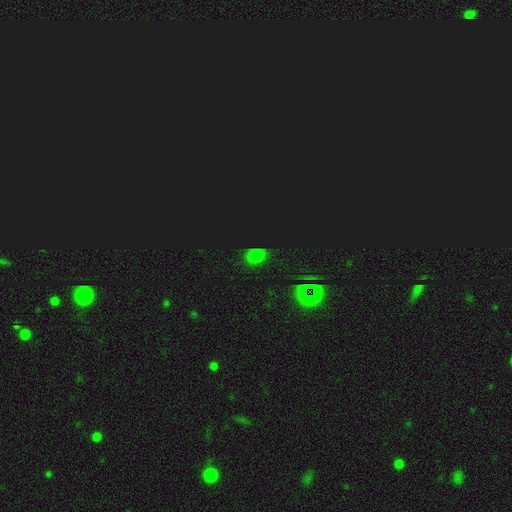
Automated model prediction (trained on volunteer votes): A star or artifact, not a galaxy (48%).